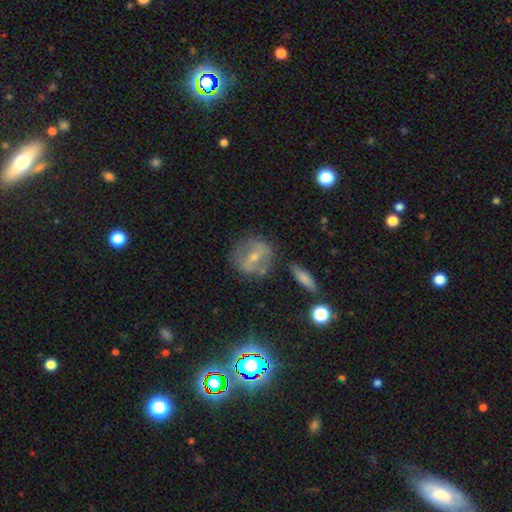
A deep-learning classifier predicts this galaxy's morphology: A featured or disk galaxy (52%).

Vote fractions:
- Smooth or featured? featured or disk: 52% / smooth: 37% / star or artifact: 11%
- Edge-on disk? no: 89% / yes: 11%
- Merging? none: 73% / minor disturbance: 15% / merger: 6% / major disturbance: 6%